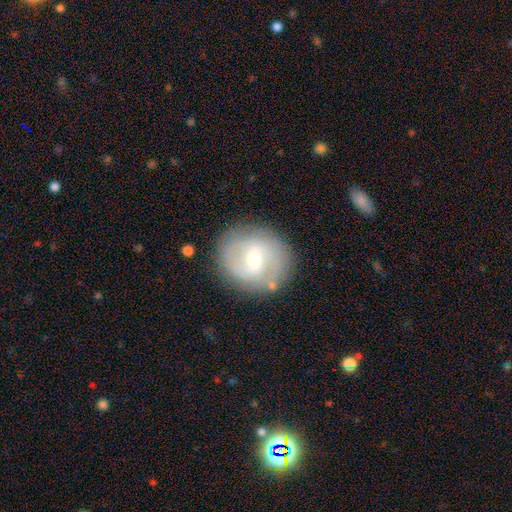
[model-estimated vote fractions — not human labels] The model was most divided on "bulge size": small: 50%, moderate: 46%, large: 2%, none: 1%, dominant: 1%. More confident: edge-on disk — no (96%); merging — none (83%); spiral arms — yes (76%); smooth or featured — featured or disk (65%); bar — weak (54%).